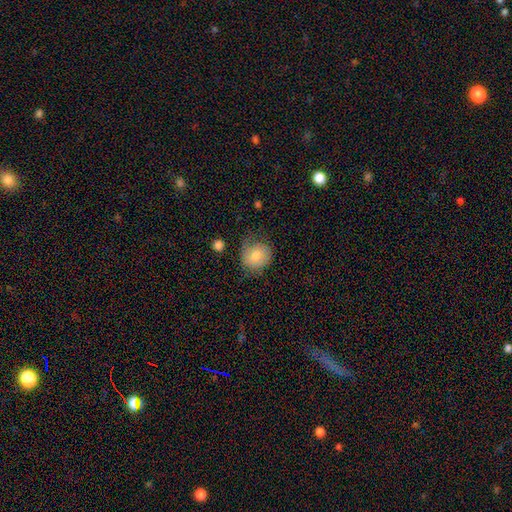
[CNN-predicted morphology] smooth 73%, featured or disk 19%, star or artifact 8%. Down the decision tree: how rounded — round (79%); merging — none (61%).